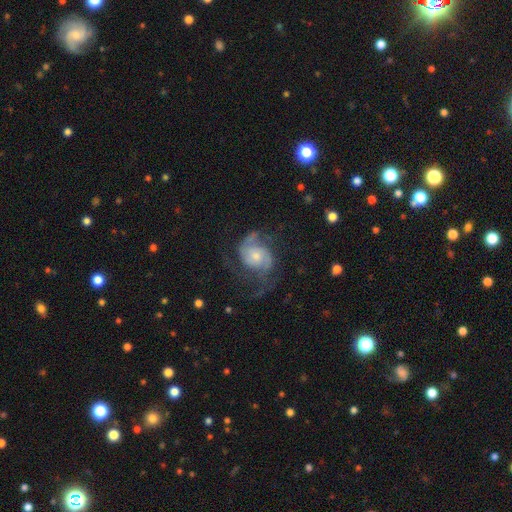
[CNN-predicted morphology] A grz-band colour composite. It shows a featured or disk galaxy (80%) with no bar (69%), 2 (71%) medium (48%) spiral arms (93%) and a small central bulge (44%, tied with moderate). Merging: none (53%).